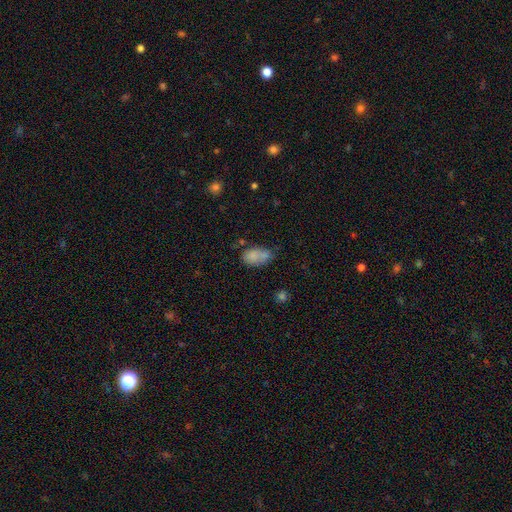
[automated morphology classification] Overall: smooth (79%). How rounded: in between (87%). Merging: none (44%; minor disturbance 25%).